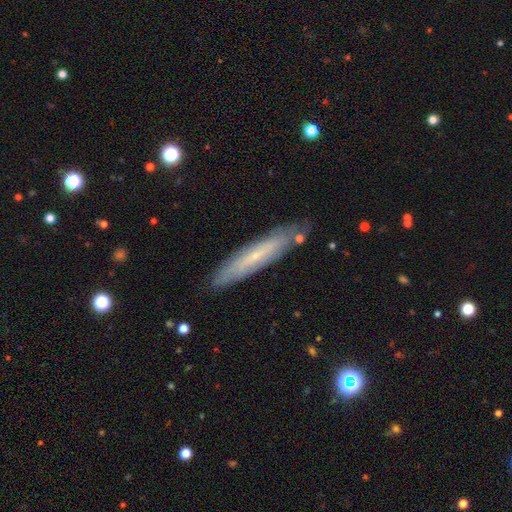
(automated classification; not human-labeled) Q: Smooth or featured?
A: featured or disk (50%); runner-up: smooth (43%)
Q: Edge-on disk?
A: yes (68%); runner-up: no (32%)
Q: Merging?
A: none (84%); runner-up: minor disturbance (12%)